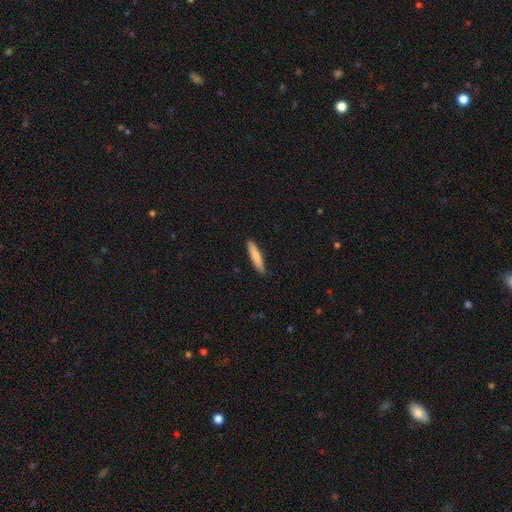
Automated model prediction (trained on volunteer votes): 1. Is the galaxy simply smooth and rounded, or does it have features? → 77% smooth, 18% featured or disk, 5% star or artifact.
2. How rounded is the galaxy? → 89% cigar-shaped, 10% in between, 1% round.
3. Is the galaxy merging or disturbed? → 88% none, 9% minor disturbance, 2% major disturbance, 1% merger.